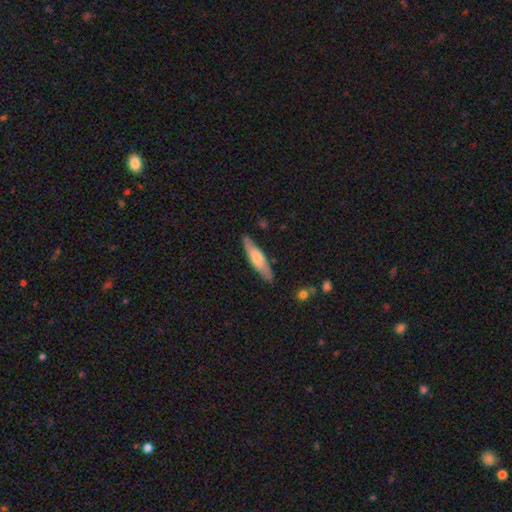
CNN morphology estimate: A smooth galaxy with no disk features (56%) that is cigar-shaped (79%).

Vote fractions:
- Smooth or featured? smooth: 56% / featured or disk: 38% / star or artifact: 6%
- How rounded? cigar-shaped: 79% / in between: 19% / round: 2%
- Merging? none: 85% / minor disturbance: 11% / major disturbance: 2% / merger: 1%